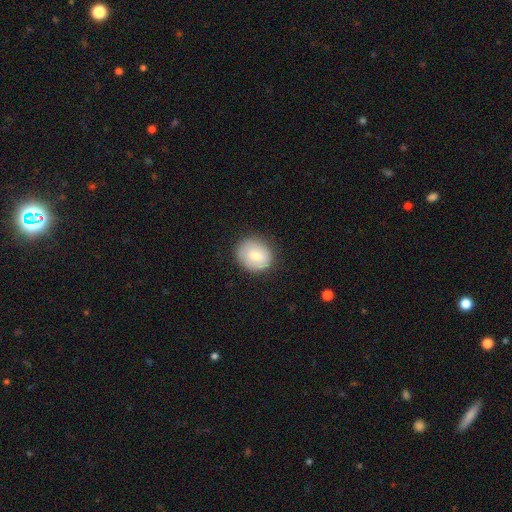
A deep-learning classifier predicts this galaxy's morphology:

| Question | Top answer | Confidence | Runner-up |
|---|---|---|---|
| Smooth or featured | smooth | 74% | featured or disk (18%) |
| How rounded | round | 70% | in between (29%) |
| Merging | none | 82% | minor disturbance (13%) |